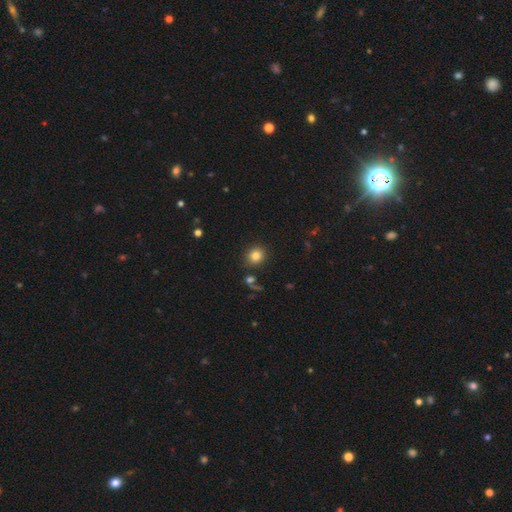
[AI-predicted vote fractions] Morphology: type=smooth (81%); roundness=round (87%); merging=none (85%).